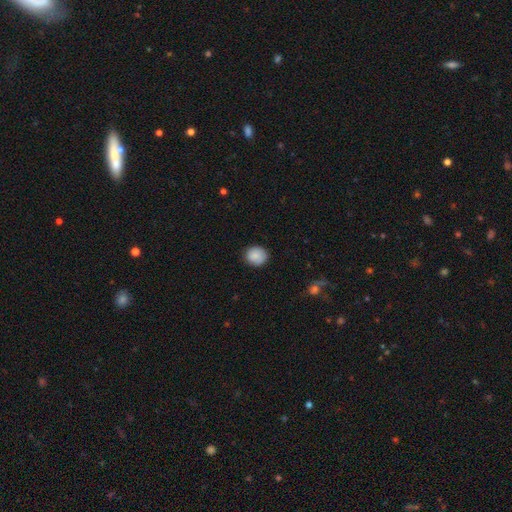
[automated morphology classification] This is clearly a smooth galaxy (88%). How rounded: clearly round (83%). Merging: clearly none (85%).